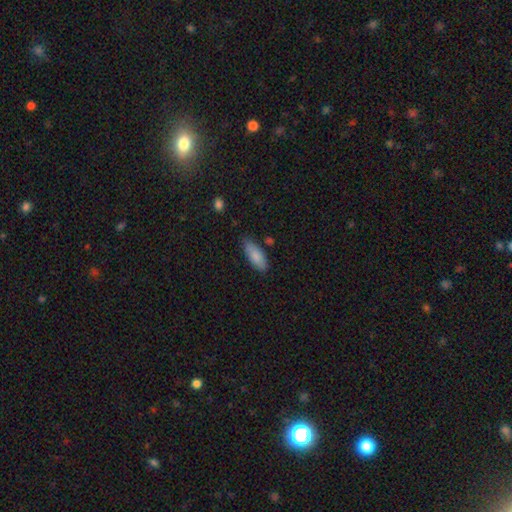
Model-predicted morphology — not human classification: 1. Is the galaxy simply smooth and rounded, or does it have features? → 85% smooth, 9% featured or disk, 6% star or artifact.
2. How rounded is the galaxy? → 76% in between, 22% cigar-shaped, 2% round.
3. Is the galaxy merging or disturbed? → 76% none, 19% minor disturbance, 3% major disturbance, 3% merger.